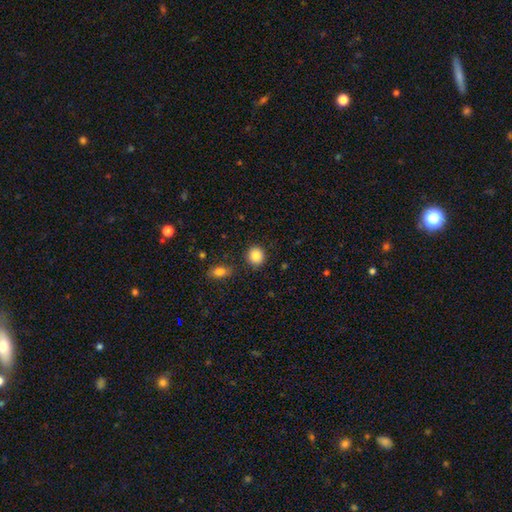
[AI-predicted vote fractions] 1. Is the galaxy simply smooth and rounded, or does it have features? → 87% smooth, 8% star or artifact, 5% featured or disk.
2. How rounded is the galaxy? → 86% round, 13% in between, 1% cigar-shaped.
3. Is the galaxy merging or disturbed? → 88% none, 7% minor disturbance, 3% merger, 2% major disturbance.